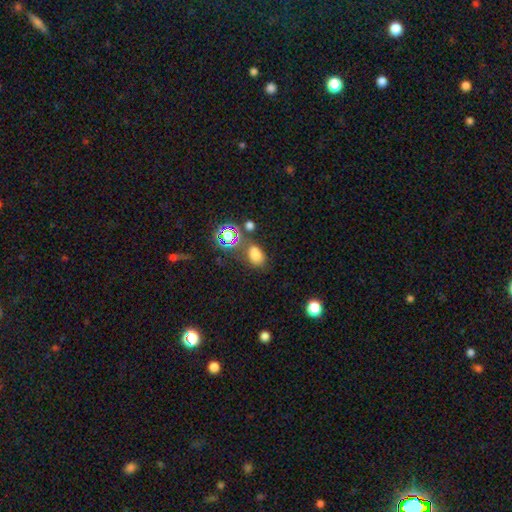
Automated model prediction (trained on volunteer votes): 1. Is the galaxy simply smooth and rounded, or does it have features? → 70% smooth, 23% star or artifact, 7% featured or disk.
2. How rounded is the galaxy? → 78% in between, 20% round, 2% cigar-shaped.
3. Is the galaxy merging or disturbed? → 62% none, 17% minor disturbance, 13% merger, 7% major disturbance.